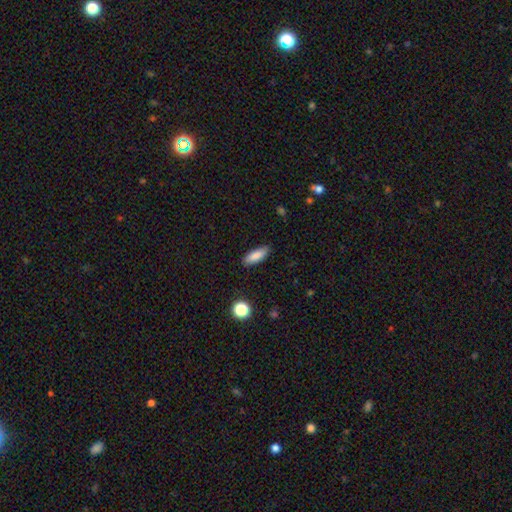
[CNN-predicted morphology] A smooth galaxy with no disk features (85%) that is in between round and cigar-shaped (65%). Merging: none (85%).